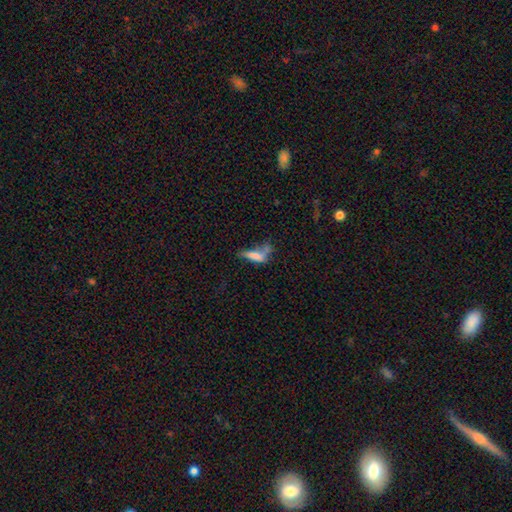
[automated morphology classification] smooth 63%, featured or disk 25%, star or artifact 12%. Down the decision tree: how rounded — cigar-shaped (53%); merging — none (29%).